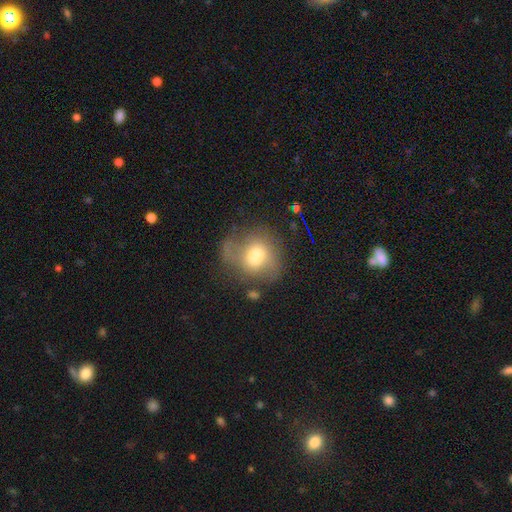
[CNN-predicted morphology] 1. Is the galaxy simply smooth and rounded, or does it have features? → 58% smooth, 32% featured or disk, 11% star or artifact.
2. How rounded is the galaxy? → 70% round, 29% in between, 1% cigar-shaped.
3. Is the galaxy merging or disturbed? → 48% none, 25% minor disturbance, 22% major disturbance, 4% merger.